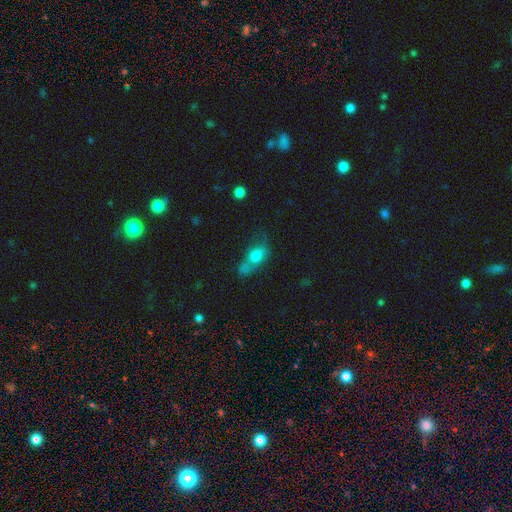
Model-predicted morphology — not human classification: Smooth or featured? Predicted: smooth (p=0.69). How rounded? Predicted: in between (p=0.67). Merging? Predicted: merger (p=0.35).